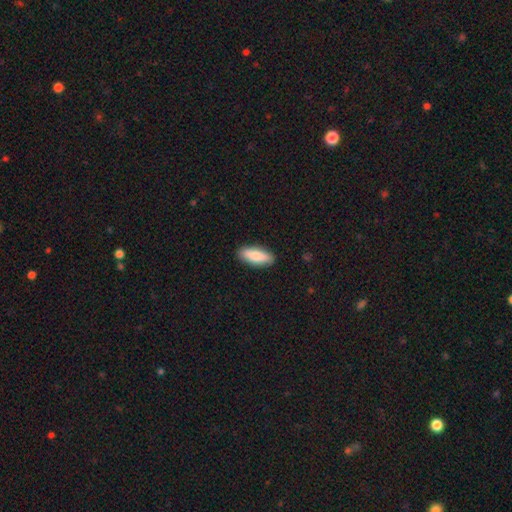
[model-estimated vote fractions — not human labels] Smooth or featured: smooth — 81% (featured or disk — 13%)
How rounded: in between — 68% (cigar-shaped — 30%)
Merging: none — 89% (minor disturbance — 8%)